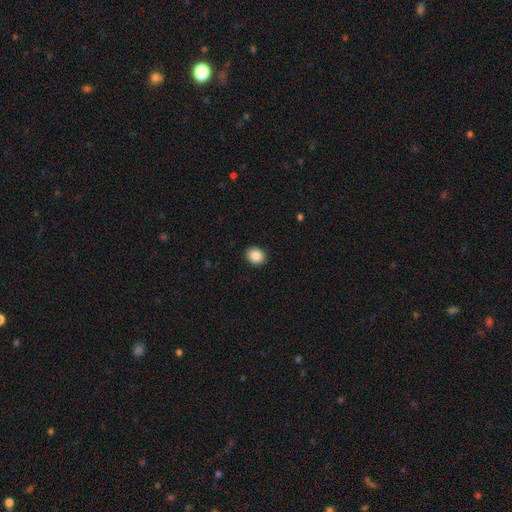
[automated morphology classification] A smooth galaxy with no disk features (87%) that is round (63%). Merging: none (91%).